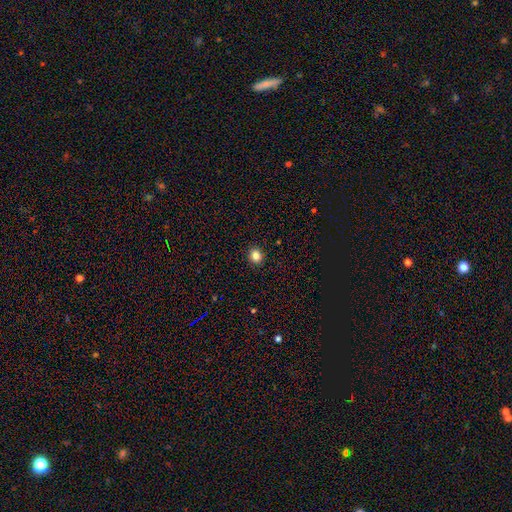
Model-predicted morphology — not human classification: A smooth galaxy with no disk features (83%) that is round (83%). Merging: none (93%).